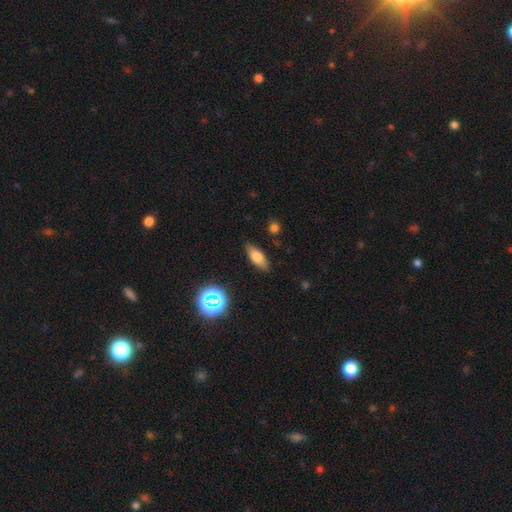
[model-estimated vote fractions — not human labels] The model was most divided on "smooth or featured": smooth: 71%, featured or disk: 18%, star or artifact: 11%. More confident: merging — none (86%); how rounded — in between (76%).